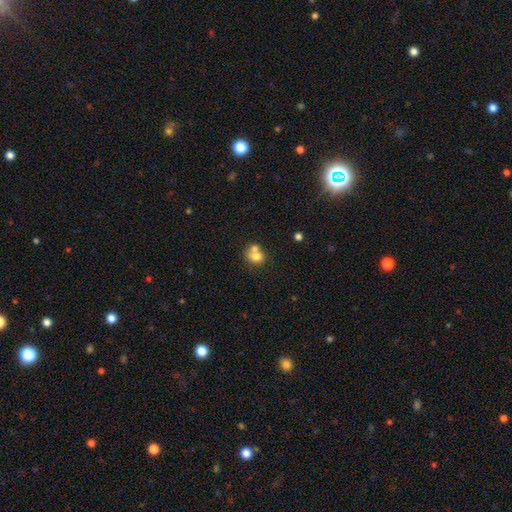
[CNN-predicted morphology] smooth-or-featured: smooth: 74% | featured or disk: 16% | star or artifact: 10%
  how-rounded: round: 62% | in between: 37% | cigar-shaped: 1%
  merging: merger: 54% | none: 33% | minor disturbance: 9% | major disturbance: 4%